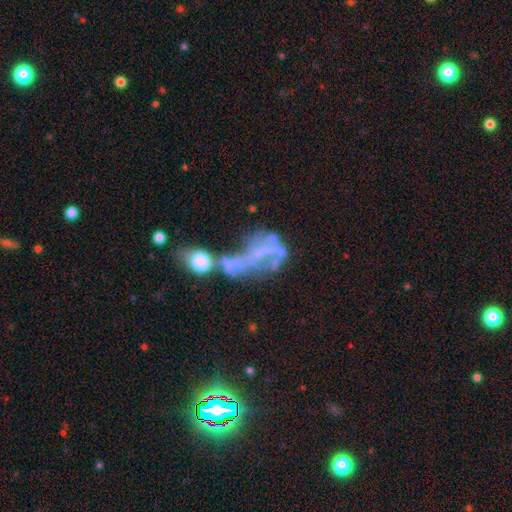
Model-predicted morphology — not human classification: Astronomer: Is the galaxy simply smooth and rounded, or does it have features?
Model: featured or disk — 52% (runner-up: star or artifact, 29%).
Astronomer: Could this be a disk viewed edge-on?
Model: no — 92%.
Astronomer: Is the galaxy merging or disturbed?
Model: merger — 44% (runner-up: major disturbance, 29%).